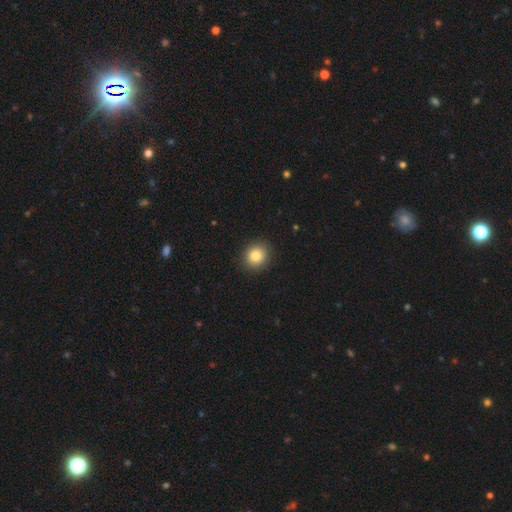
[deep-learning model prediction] Morphology: type=smooth (84%); roundness=round (81%); merging=none (90%).